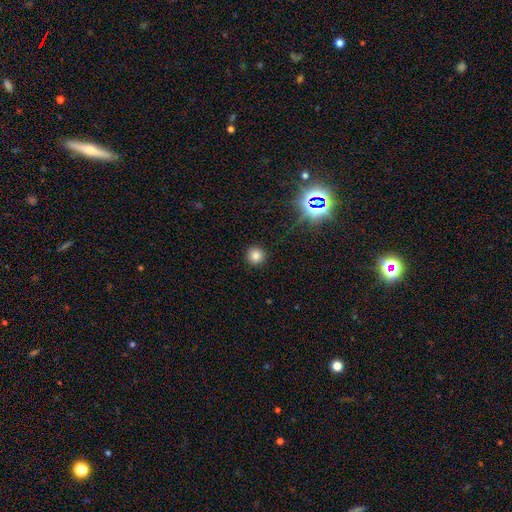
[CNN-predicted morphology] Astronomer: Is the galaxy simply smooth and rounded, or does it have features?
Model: smooth — 81%.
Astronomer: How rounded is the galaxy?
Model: round — 95%.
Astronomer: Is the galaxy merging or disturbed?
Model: none — 92%.